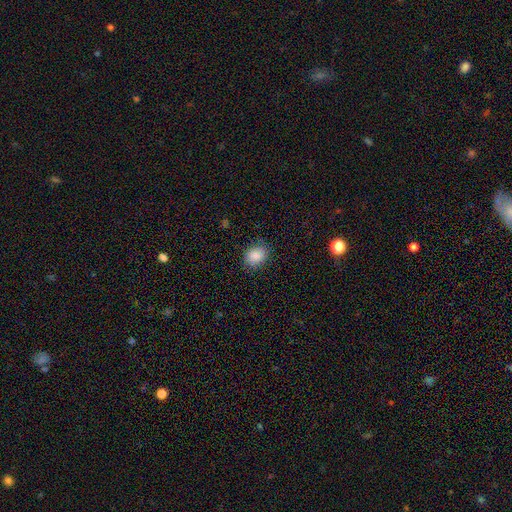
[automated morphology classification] Smooth or featured: smooth — 86% (star or artifact — 8%)
How rounded: in between — 54% (round — 45%)
Merging: none — 81% (minor disturbance — 15%)